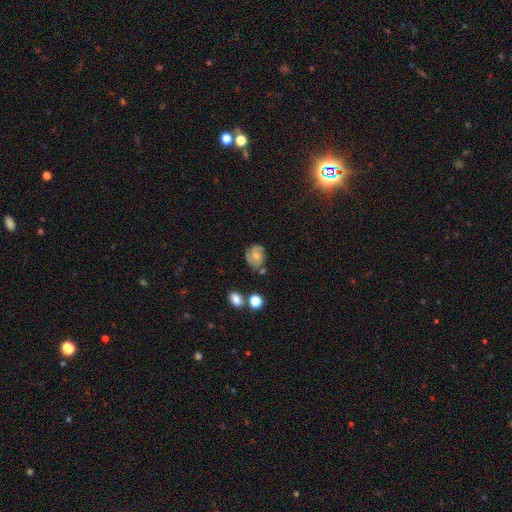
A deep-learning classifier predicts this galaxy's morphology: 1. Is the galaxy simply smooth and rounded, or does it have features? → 52% featured or disk, 39% smooth, 9% star or artifact.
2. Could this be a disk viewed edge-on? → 97% no, 3% yes.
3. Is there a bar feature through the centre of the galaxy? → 74% no, 22% weak, 4% strong.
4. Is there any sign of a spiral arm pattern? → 81% yes, 19% no.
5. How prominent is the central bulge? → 53% moderate, 31% small, 8% none, 7% large, 2% dominant.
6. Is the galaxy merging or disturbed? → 61% none, 24% minor disturbance, 9% major disturbance, 6% merger.